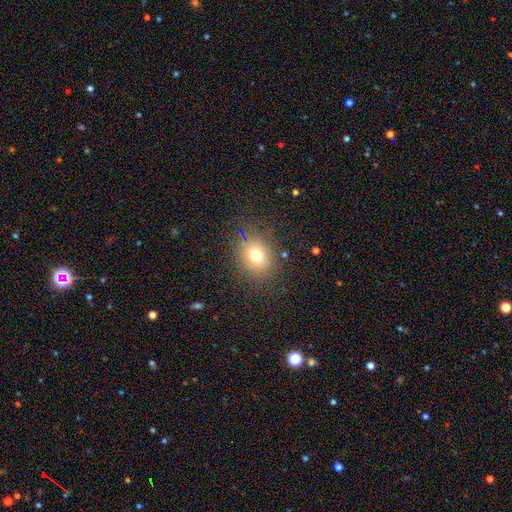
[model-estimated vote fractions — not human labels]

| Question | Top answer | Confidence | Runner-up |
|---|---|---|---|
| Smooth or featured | smooth | 73% | star or artifact (16%) |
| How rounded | round | 57% | in between (42%) |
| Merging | none | 82% | minor disturbance (11%) |